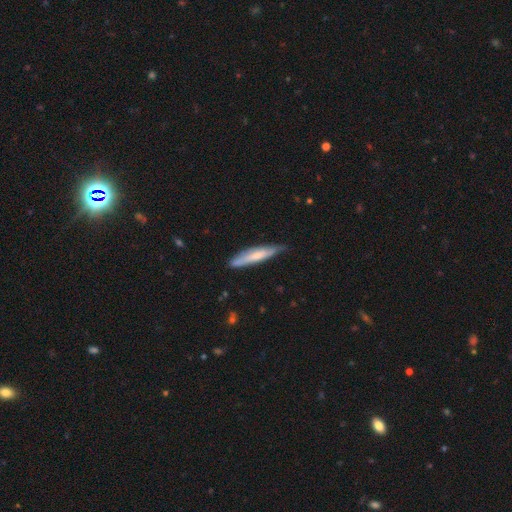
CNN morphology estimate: type=smooth (59%); roundness=cigar-shaped (87%); merging=none (69%).